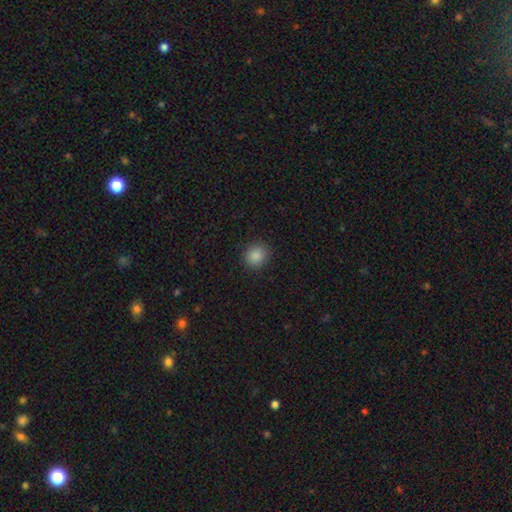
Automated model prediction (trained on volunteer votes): Smooth or featured? Predicted: smooth (p=0.87). How rounded? Predicted: round (p=0.84). Merging? Predicted: none (p=0.89).